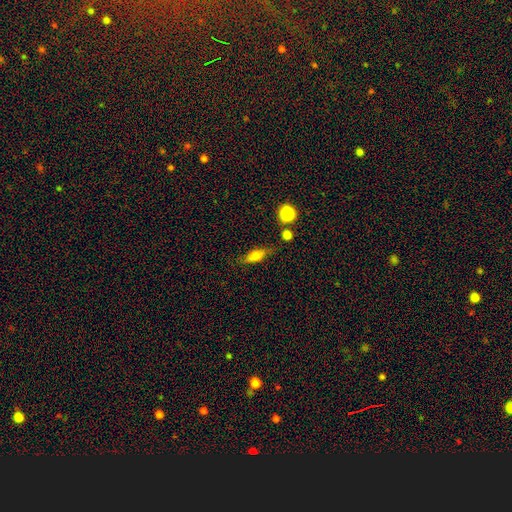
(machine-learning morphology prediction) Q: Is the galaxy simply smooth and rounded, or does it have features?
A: smooth — 61%.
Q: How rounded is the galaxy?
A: in between — 56%.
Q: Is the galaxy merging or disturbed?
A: none — 72%.